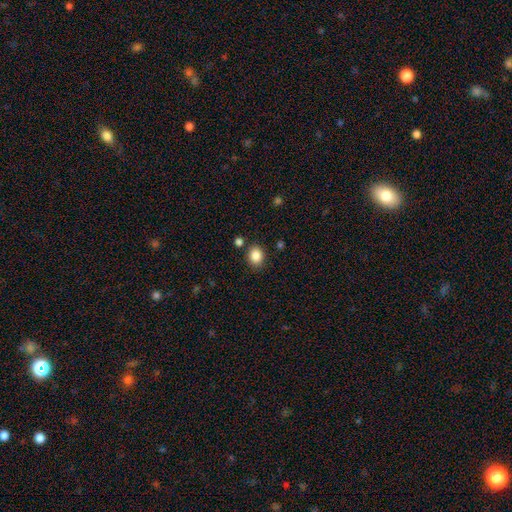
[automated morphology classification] This appears to be a smooth galaxy with no disk features (86%) that is round (58%). Merging: none (84%).